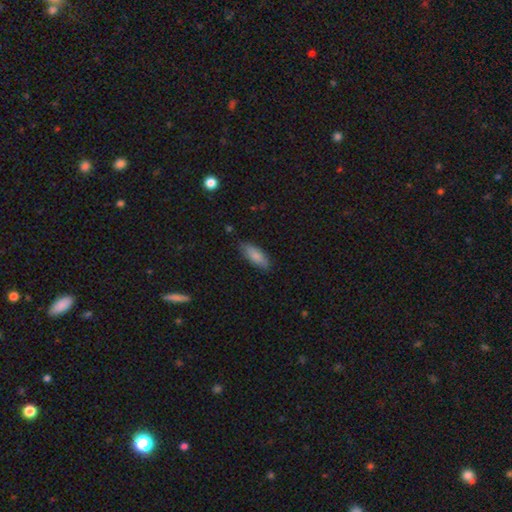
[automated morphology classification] Smooth or featured?
  - smooth: 84% *
  - featured or disk: 9%
  - star or artifact: 6%
How rounded?
  - in between: 71% *
  - cigar-shaped: 27%
  - round: 2%
Merging?
  - none: 81% *
  - minor disturbance: 15%
  - major disturbance: 3%
  - merger: 1%